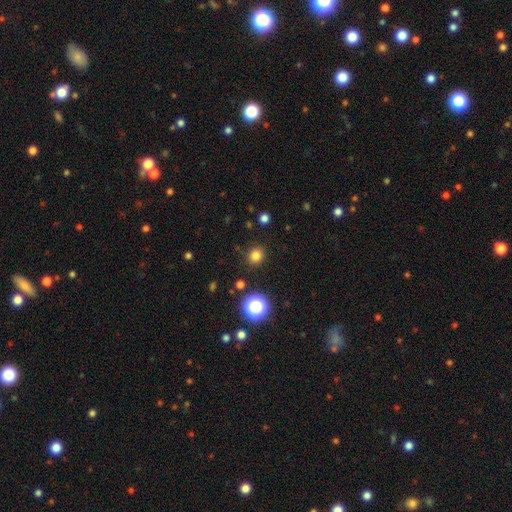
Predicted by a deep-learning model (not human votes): smooth_or_featured: smooth (p=0.79) [alt: star or artifact p=0.16]
how_rounded: round (p=0.85) [alt: in between p=0.14]
merging: none (p=0.90) [alt: minor disturbance p=0.07]